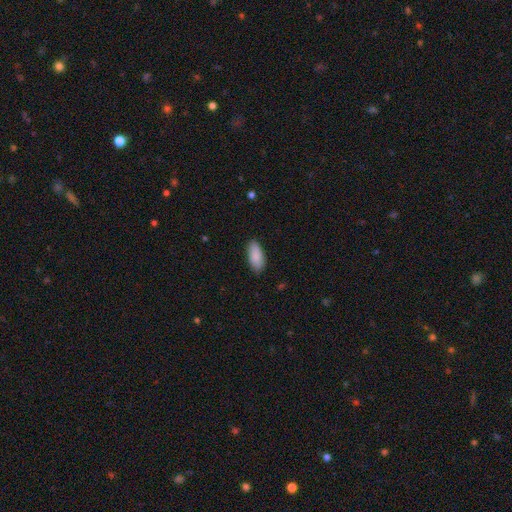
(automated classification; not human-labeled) smooth_or_featured: smooth (p=0.89) [alt: star or artifact p=0.06]
how_rounded: in between (p=0.88) [alt: cigar-shaped p=0.10]
merging: none (p=0.85) [alt: minor disturbance p=0.12]